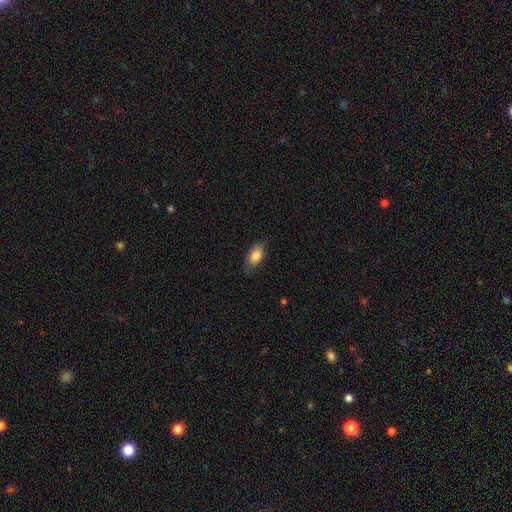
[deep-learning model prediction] A smooth galaxy with no disk features (83%) that is in between round and cigar-shaped (92%).

Vote fractions:
- Smooth or featured? smooth: 83% / featured or disk: 11% / star or artifact: 7%
- How rounded? in between: 92% / round: 5% / cigar-shaped: 3%
- Merging? none: 74% / minor disturbance: 21% / major disturbance: 4% / merger: 1%